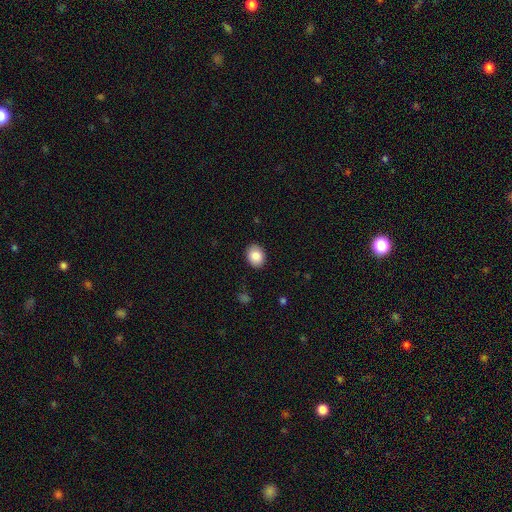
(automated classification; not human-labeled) A smooth galaxy with no disk features (87%) that is in between round and cigar-shaped (55%). Merging: none (89%).